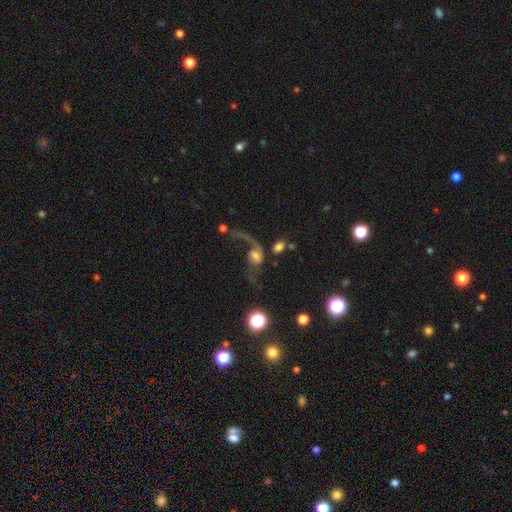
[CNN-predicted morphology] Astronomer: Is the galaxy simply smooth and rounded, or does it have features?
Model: featured or disk — 70%.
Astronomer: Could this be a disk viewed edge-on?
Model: no — 96%.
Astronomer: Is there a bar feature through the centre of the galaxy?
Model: no — 61%.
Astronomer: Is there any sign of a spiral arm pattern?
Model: yes — 88%.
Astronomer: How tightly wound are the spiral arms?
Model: loose — 87%.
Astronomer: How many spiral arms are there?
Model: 2 — 50% (runner-up: 1, 45%).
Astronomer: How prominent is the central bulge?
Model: moderate — 46% (runner-up: small, 27%).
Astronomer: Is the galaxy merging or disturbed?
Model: major disturbance — 45% (runner-up: none, 29%).